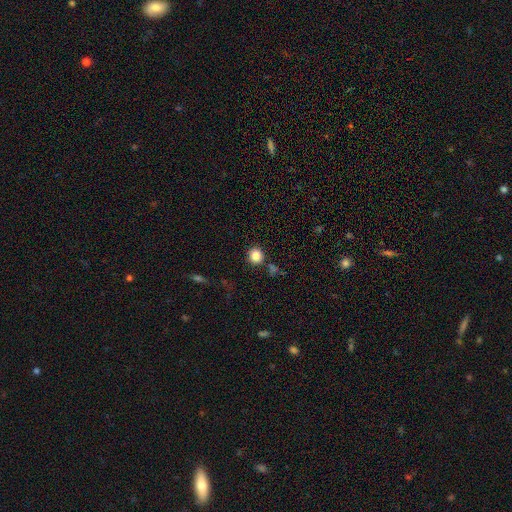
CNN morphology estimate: A smooth galaxy with no disk features (85%) that is round (89%). Merging: none (84%).